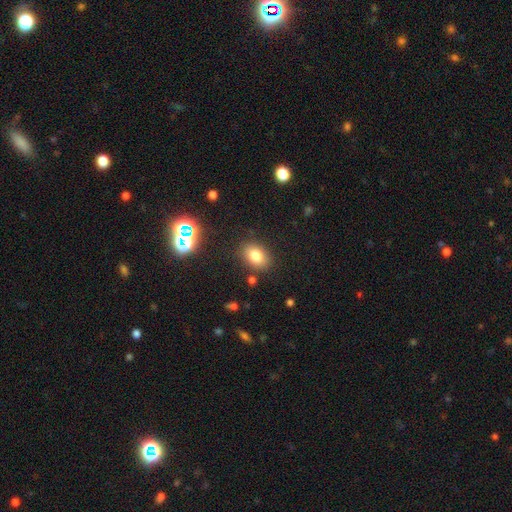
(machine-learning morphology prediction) smooth-or-featured: smooth: 78% | star or artifact: 13% | featured or disk: 9%
  how-rounded: in between: 76% | round: 23% | cigar-shaped: 1%
  merging: none: 84% | minor disturbance: 10% | major disturbance: 3% | merger: 3%